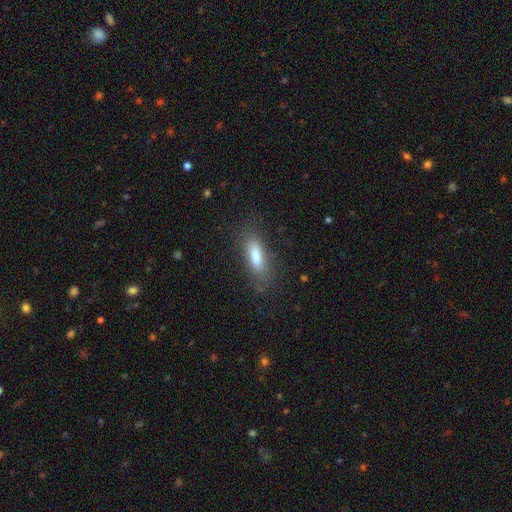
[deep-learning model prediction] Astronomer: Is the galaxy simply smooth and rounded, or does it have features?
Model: smooth — 73%.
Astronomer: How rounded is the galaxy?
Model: cigar-shaped — 55% (runner-up: in between, 43%).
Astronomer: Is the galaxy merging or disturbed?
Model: none — 78%.